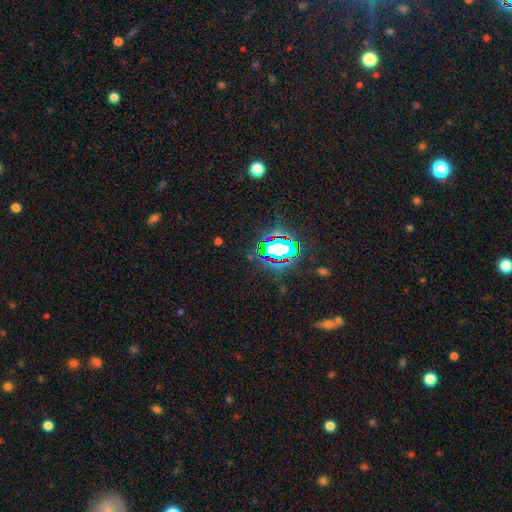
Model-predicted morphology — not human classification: Smooth or featured? star or artifact (78%)